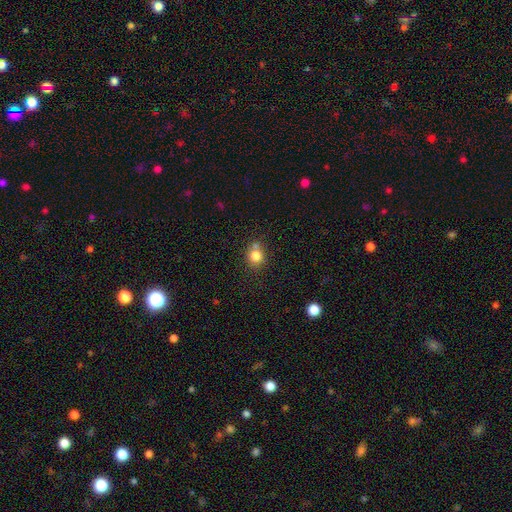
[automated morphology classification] type=smooth (80%); roundness=round (81%); merging=none (59%).